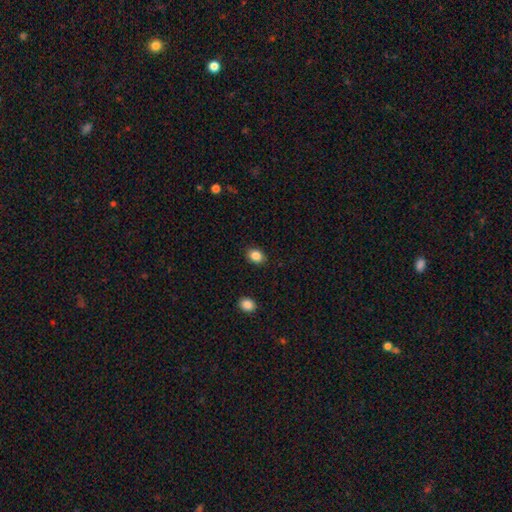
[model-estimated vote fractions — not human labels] smooth-or-featured: smooth: 86% | star or artifact: 9% | featured or disk: 5%
  how-rounded: in between: 62% | round: 37% | cigar-shaped: 1%
  merging: none: 88% | minor disturbance: 8% | major disturbance: 2% | merger: 1%